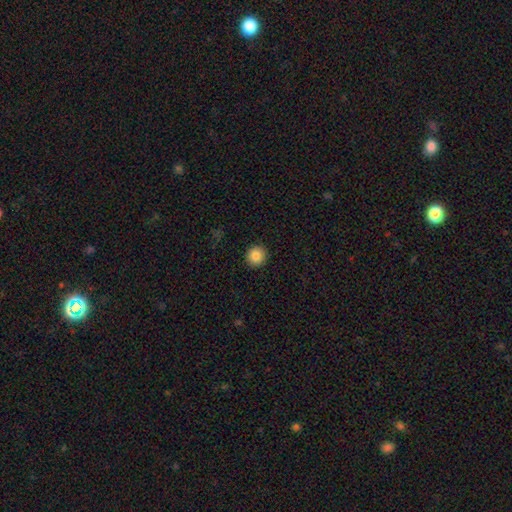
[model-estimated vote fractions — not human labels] smooth 85%, star or artifact 9%, featured or disk 6%. Down the decision tree: how rounded — round (91%); merging — none (92%).